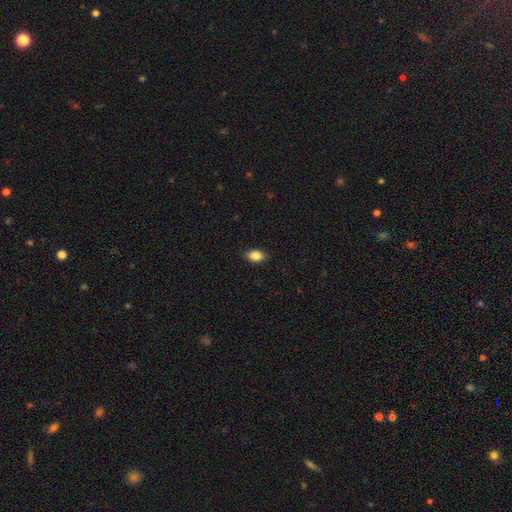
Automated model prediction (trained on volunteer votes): smooth_or_featured: smooth (p=0.86) [alt: star or artifact p=0.08]
how_rounded: in between (p=0.88) [alt: round p=0.10]
merging: none (p=0.89) [alt: minor disturbance p=0.08]